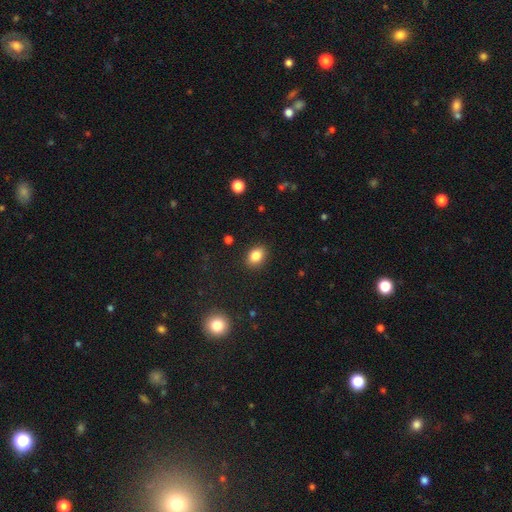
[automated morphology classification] This is clearly a smooth galaxy (85%). How rounded: likely in between (73%). Merging: clearly none (89%).